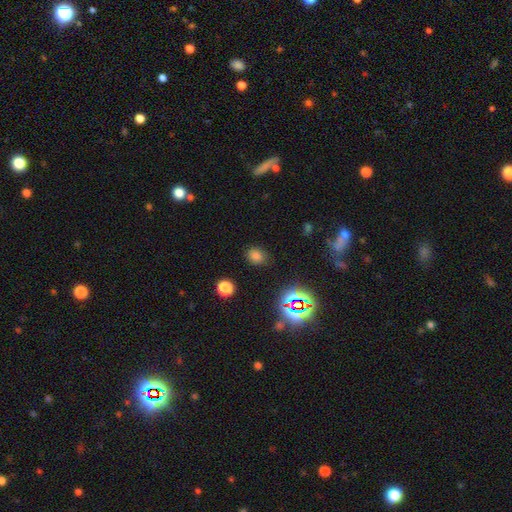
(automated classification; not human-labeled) Q: Smooth or featured?
A: smooth (71%); runner-up: star or artifact (23%)
Q: How rounded?
A: round (55%); runner-up: in between (44%)
Q: Merging?
A: none (83%); runner-up: minor disturbance (12%)